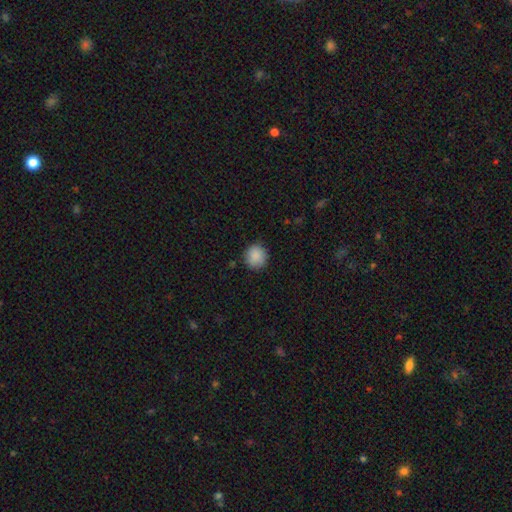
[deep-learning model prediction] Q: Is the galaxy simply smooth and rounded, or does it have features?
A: smooth — 88%.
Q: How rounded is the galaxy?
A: round — 91%.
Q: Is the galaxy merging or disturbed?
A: none — 86%.